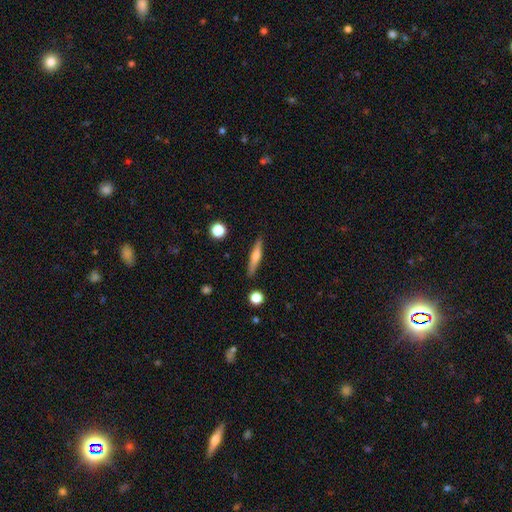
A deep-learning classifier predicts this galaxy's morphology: Smooth or featured: smooth — 49% (featured or disk — 45%)
Merging: none — 88% (minor disturbance — 8%)